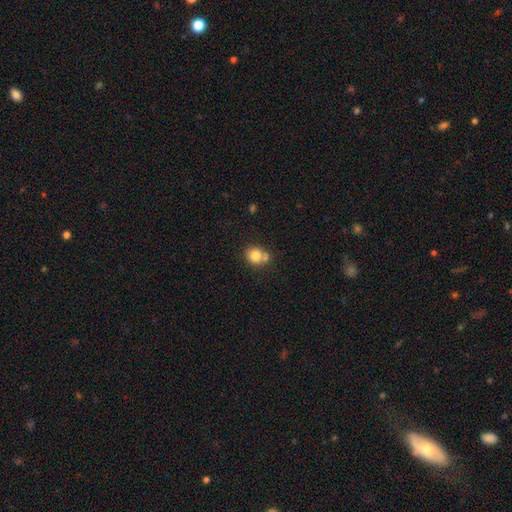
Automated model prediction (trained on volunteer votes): A smooth galaxy with no disk features (78%) that is round (70%).

Vote fractions:
- Smooth or featured? smooth: 78% / featured or disk: 12% / star or artifact: 10%
- How rounded? round: 70% / in between: 29% / cigar-shaped: 1%
- Merging? none: 52% / merger: 29% / minor disturbance: 14% / major disturbance: 4%